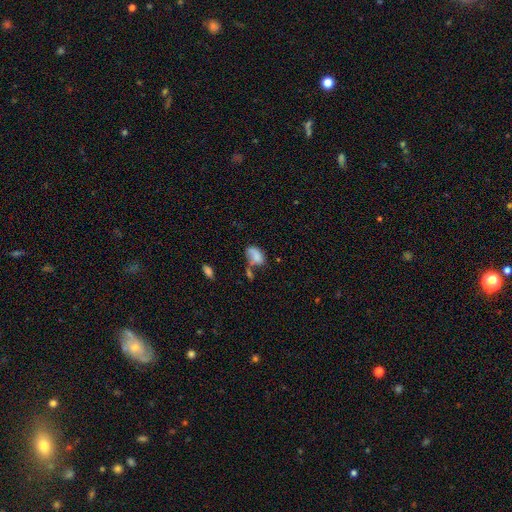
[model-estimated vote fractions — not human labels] A smooth galaxy with no disk features (69%) that is in between round and cigar-shaped (88%). Merging: none (30%).